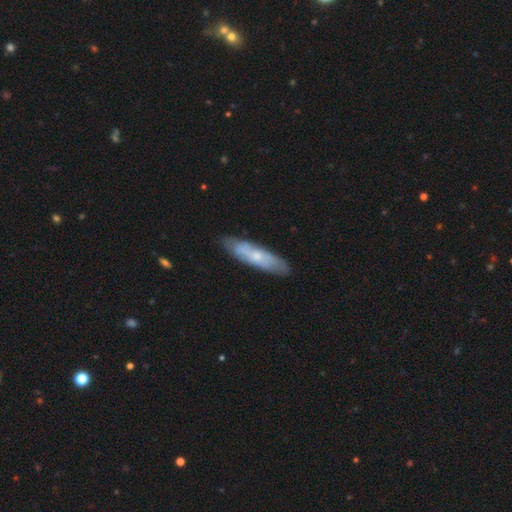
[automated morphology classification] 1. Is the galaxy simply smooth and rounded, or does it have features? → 50% featured or disk, 44% smooth, 6% star or artifact.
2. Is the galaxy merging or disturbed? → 78% none, 17% minor disturbance, 3% major disturbance, 2% merger.